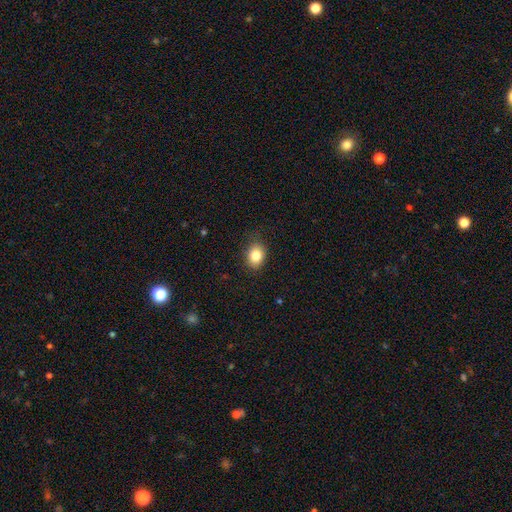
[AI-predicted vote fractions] smooth-or-featured: smooth: 83% | star or artifact: 10% | featured or disk: 7%
  how-rounded: in between: 53% | round: 46% | cigar-shaped: 1%
  merging: none: 82% | minor disturbance: 14% | major disturbance: 3% | merger: 1%